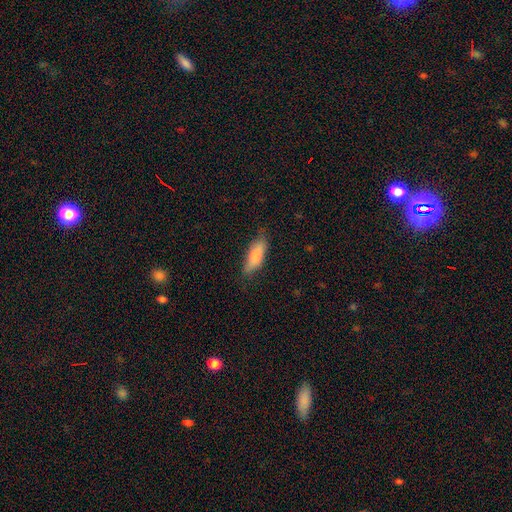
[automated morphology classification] Smooth or featured: smooth — 84% (featured or disk — 10%)
How rounded: in between — 62% (cigar-shaped — 37%)
Merging: none — 74% (minor disturbance — 20%)